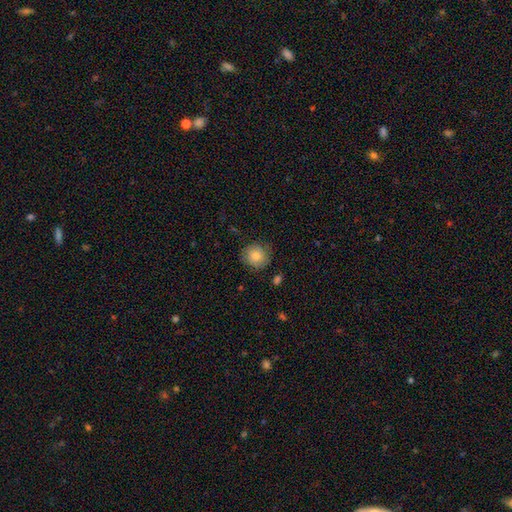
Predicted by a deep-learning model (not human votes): Smooth or featured? smooth (79%)
How rounded? round (90%)
Merging? none (82%)